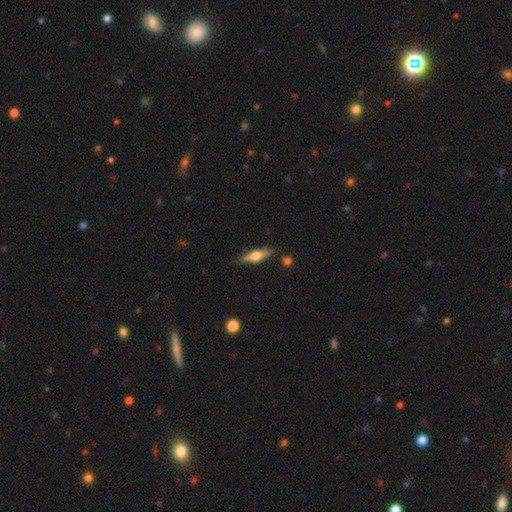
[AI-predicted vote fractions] Smooth or featured? Predicted: featured or disk (p=0.55). Edge-on disk? Predicted: yes (p=0.95). Edge-on bulge? Predicted: rounded (p=0.90). Merging? Predicted: none (p=0.83).